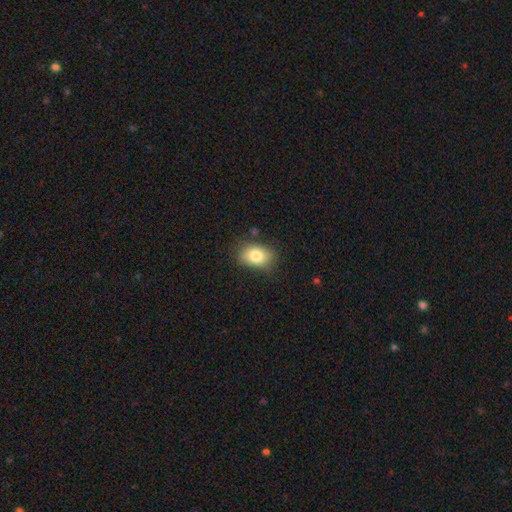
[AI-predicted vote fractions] Overall: smooth (82%). How rounded: in between (80%). Merging: none (79%).